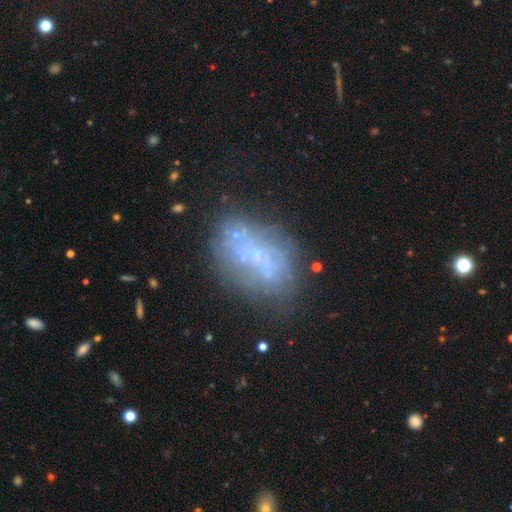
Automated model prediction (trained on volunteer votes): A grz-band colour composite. It shows a featured or disk galaxy (55%) with no bar (87%), no spiral arms (90%) and no central bulge (50%). Merging: none (50%).